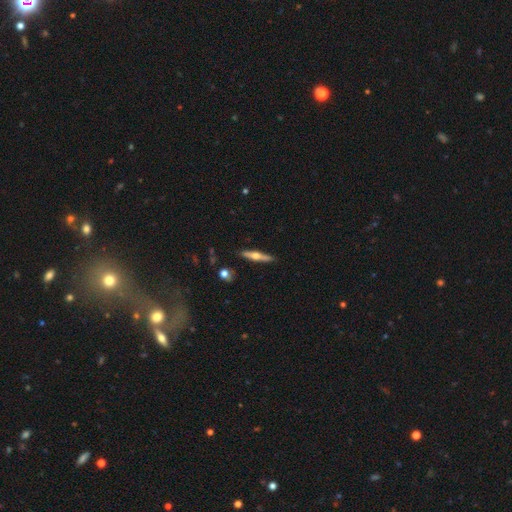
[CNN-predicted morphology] Overall: featured or disk (62%; smooth 32%). Edge-on disk: yes (96%). Edge-on bulge: rounded (93%). Merging: none (89%).